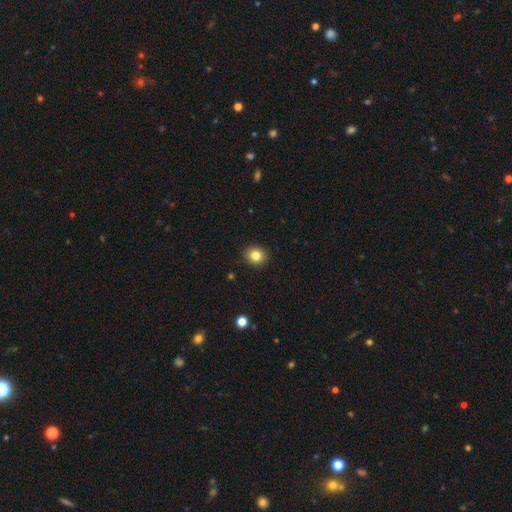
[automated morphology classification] Q: Smooth or featured?
A: smooth (82%); runner-up: star or artifact (11%)
Q: How rounded?
A: round (82%); runner-up: in between (17%)
Q: Merging?
A: none (91%); runner-up: minor disturbance (6%)